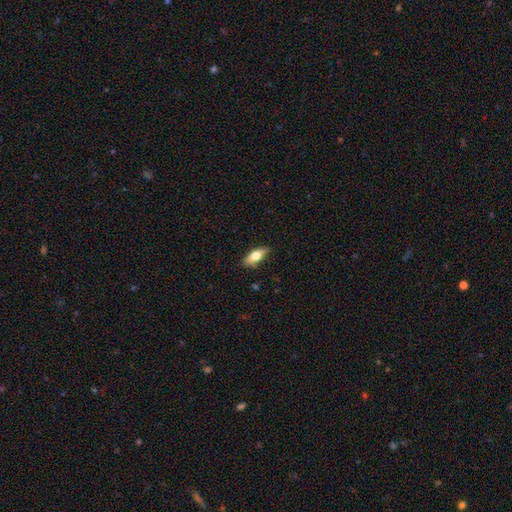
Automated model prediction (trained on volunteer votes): A smooth galaxy with no disk features (70%) that is in between round and cigar-shaped (73%).

Vote fractions:
- Smooth or featured? smooth: 70% / featured or disk: 24% / star or artifact: 6%
- How rounded? in between: 73% / cigar-shaped: 25% / round: 3%
- Merging? none: 87% / minor disturbance: 10% / major disturbance: 2% / merger: 1%